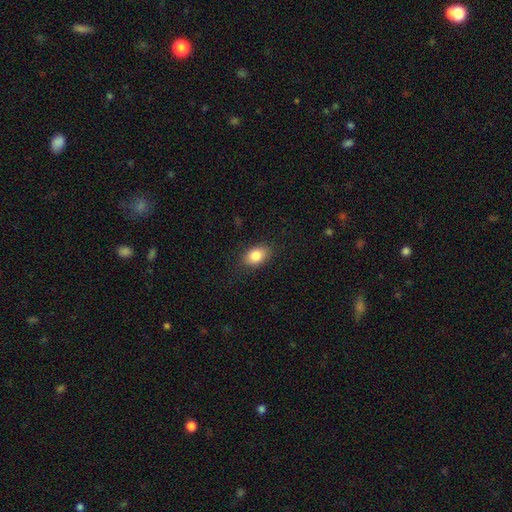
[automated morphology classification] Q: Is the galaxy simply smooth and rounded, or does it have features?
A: smooth — 85%.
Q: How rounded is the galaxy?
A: in between — 84%.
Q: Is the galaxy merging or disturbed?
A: none — 85%.